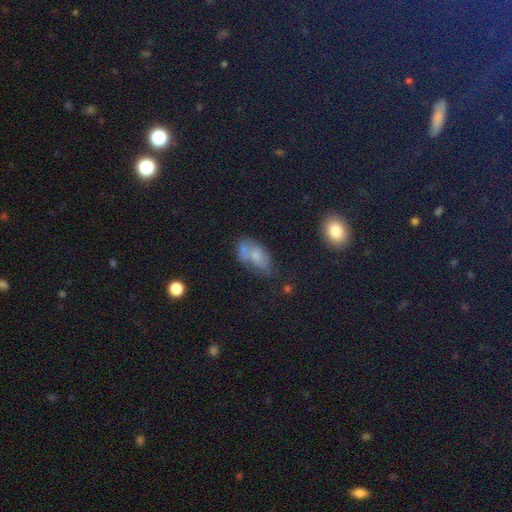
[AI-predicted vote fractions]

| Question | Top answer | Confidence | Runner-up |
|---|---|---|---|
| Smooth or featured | smooth | 59% | featured or disk (27%) |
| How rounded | in between | 87% | round (9%) |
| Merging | none | 35% | merger (29%) |